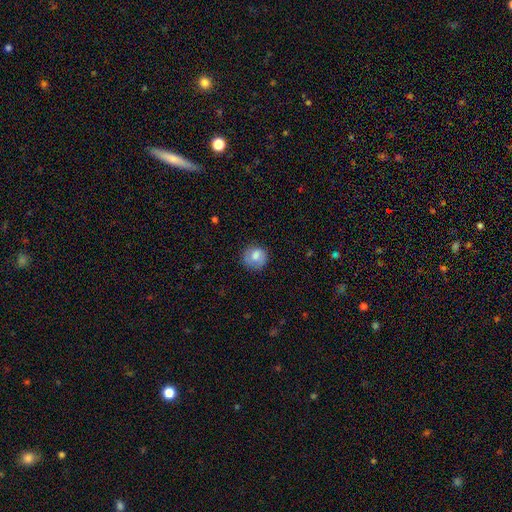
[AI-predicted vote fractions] smooth-or-featured: smooth: 79% | featured or disk: 13% | star or artifact: 8%
  how-rounded: round: 88% | in between: 11% | cigar-shaped: 1%
  merging: none: 78% | minor disturbance: 16% | major disturbance: 5% | merger: 1%